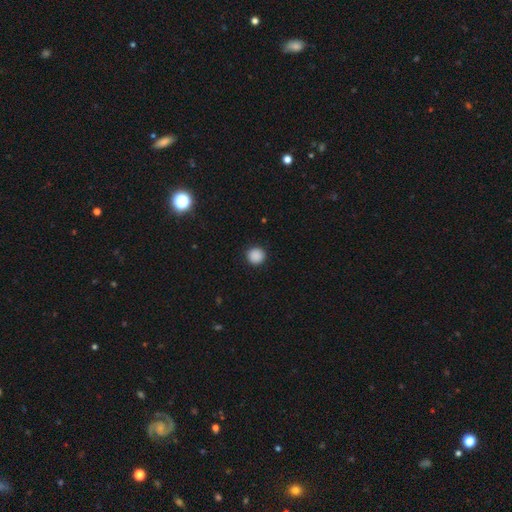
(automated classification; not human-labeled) Smooth or featured: smooth — 89% (star or artifact — 9%)
How rounded: round — 94% (in between — 5%)
Merging: none — 92% (minor disturbance — 5%)